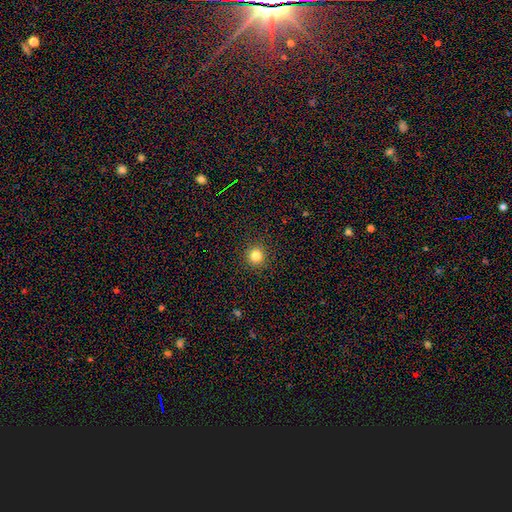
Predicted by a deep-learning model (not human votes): Smooth or featured? smooth (82%)
How rounded? round (94%)
Merging? none (92%)